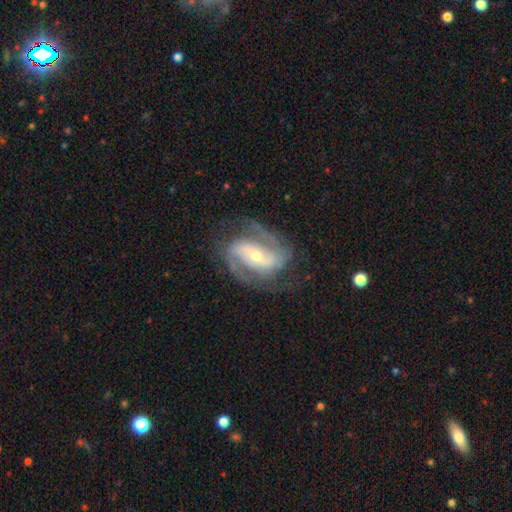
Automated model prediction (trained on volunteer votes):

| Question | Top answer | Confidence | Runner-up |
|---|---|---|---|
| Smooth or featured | featured or disk | 90% | smooth (5%) |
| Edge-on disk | no | 96% | yes (4%) |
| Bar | strong | 43% | weak (32%) |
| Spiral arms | yes | 97% | no (3%) |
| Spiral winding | medium | 52% | tight (32%) |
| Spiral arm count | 2 | 78% | 3 (10%) |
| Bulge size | small | 59% | moderate (36%) |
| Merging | none | 73% | minor disturbance (16%) |